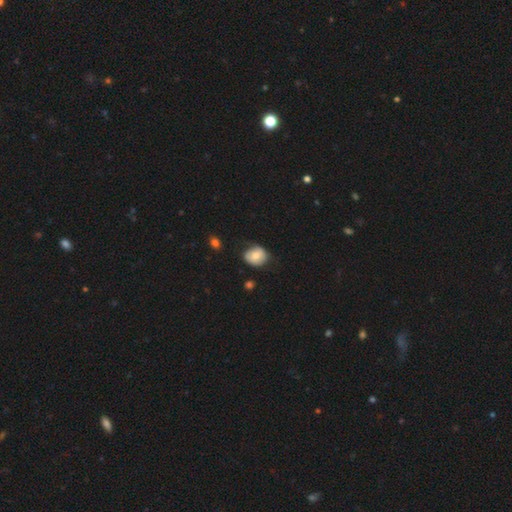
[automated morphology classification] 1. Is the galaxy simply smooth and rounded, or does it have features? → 70% smooth, 22% featured or disk, 8% star or artifact.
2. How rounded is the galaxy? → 60% round, 39% in between, 1% cigar-shaped.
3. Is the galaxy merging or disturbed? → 65% none, 27% minor disturbance, 6% major disturbance, 2% merger.